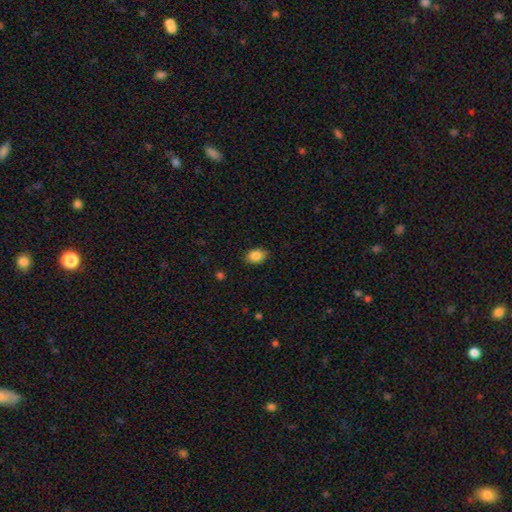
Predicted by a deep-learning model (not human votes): The model was most divided on "how rounded": in between: 76%, round: 23%, cigar-shaped: 1%. More confident: smooth or featured — smooth (86%); merging — none (85%).